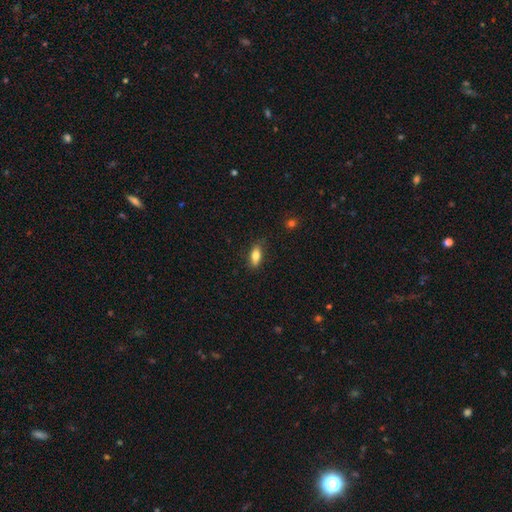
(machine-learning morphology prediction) Smooth or featured: smooth — 76% (featured or disk — 17%)
How rounded: in between — 75% (cigar-shaped — 21%)
Merging: none — 78% (minor disturbance — 17%)